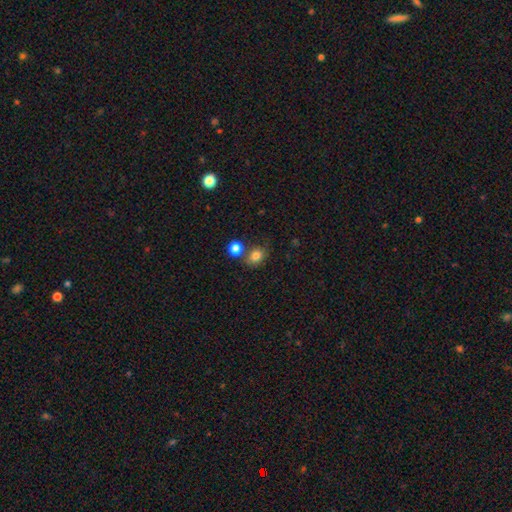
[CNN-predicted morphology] This is clearly a smooth galaxy (81%). How rounded: possibly round (58%). Merging: likely none (64%).